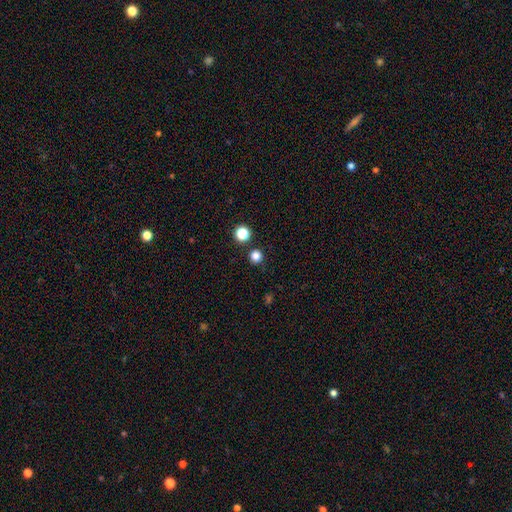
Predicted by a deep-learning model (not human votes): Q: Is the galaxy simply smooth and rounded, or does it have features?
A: smooth — 81%.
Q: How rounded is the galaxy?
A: round — 95%.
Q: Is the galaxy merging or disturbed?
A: none — 88%.